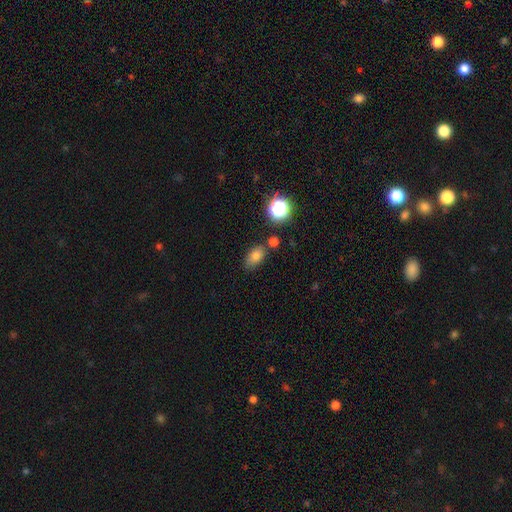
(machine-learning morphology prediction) Smooth or featured: smooth — 75% (star or artifact — 15%)
How rounded: in between — 82% (round — 15%)
Merging: none — 72% (minor disturbance — 15%)